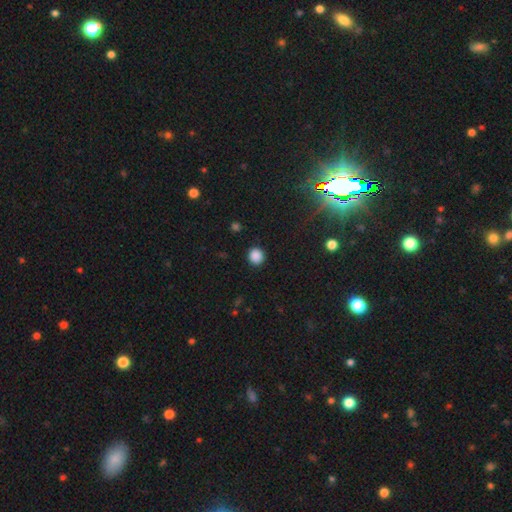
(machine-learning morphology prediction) This appears to be a smooth galaxy with no disk features (86%) that is round (91%). Merging: none (91%).